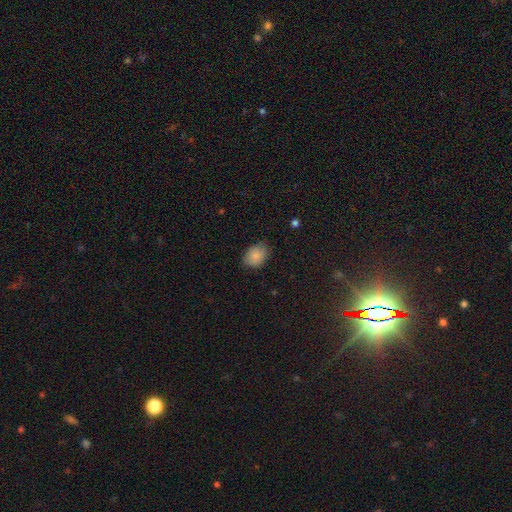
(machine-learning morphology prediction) type=smooth (86%); roundness=in between (71%); merging=none (74%).